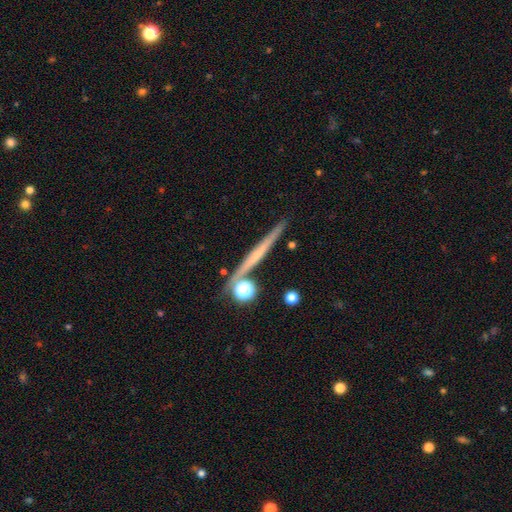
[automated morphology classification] Smooth or featured? Predicted: featured or disk (p=0.54). Edge-on disk? Predicted: yes (p=0.95). Edge-on bulge? Predicted: none (p=0.71). Merging? Predicted: none (p=0.83).